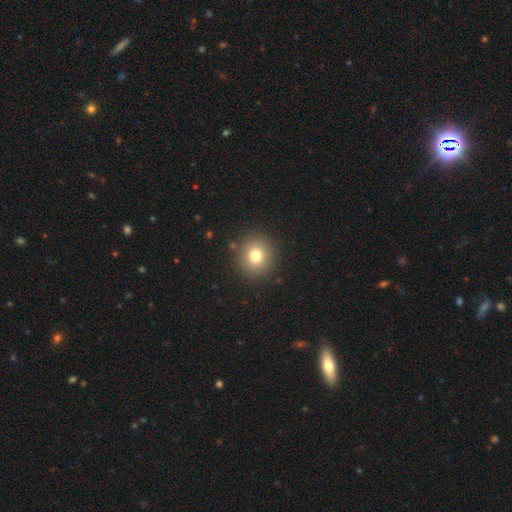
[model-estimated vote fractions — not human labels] A smooth galaxy with no disk features (77%) that is round (89%).

Vote fractions:
- Smooth or featured? smooth: 77% / star or artifact: 13% / featured or disk: 10%
- How rounded? round: 89% / in between: 10% / cigar-shaped: 1%
- Merging? none: 89% / minor disturbance: 7% / major disturbance: 3% / merger: 2%